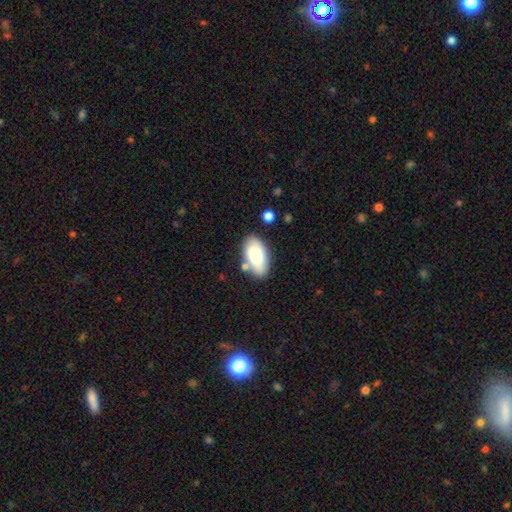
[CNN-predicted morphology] Overall: smooth (79%). How rounded: in between (94%). Merging: none (73%).